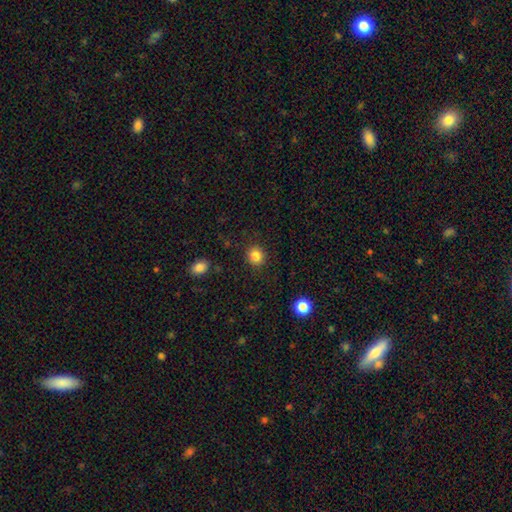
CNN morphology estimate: type=smooth (84%); roundness=round (81%); merging=none (90%).